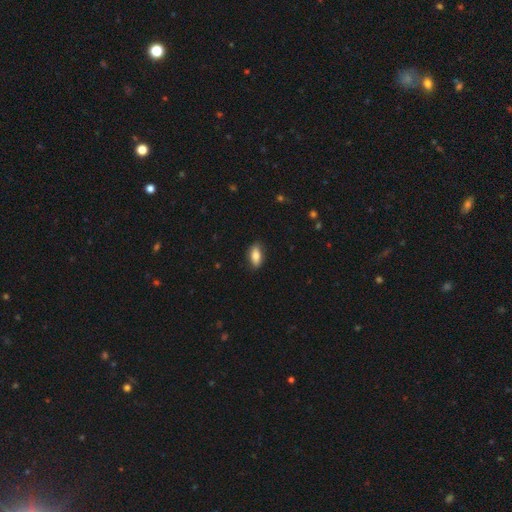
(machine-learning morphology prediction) A smooth galaxy with no disk features (80%) that is in between round and cigar-shaped (83%). Merging: none (85%).